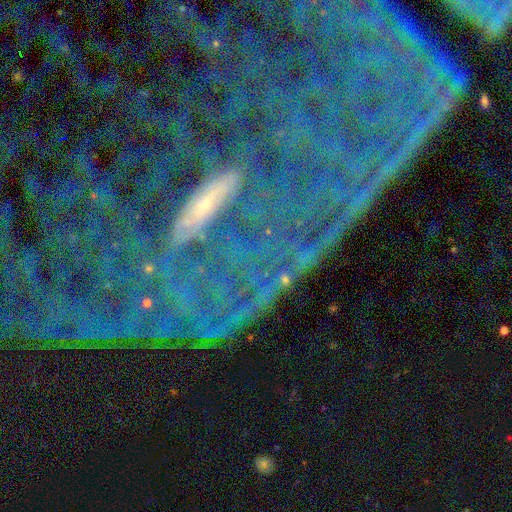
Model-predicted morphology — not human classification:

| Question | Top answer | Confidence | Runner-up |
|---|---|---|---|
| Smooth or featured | featured or disk | 49% | star or artifact (39%) |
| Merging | none | 62% | major disturbance (16%) |